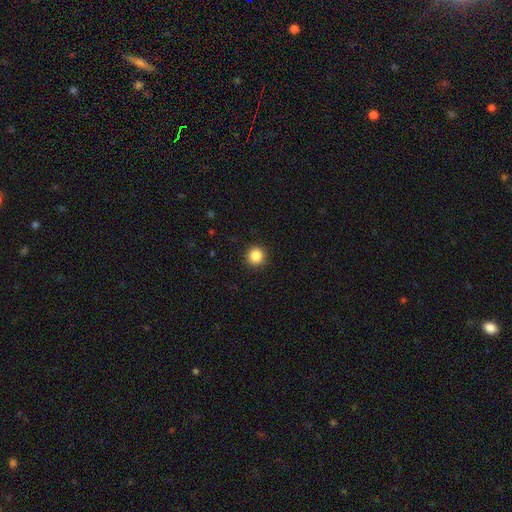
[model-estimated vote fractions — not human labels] The model was most divided on "smooth or featured": smooth: 87%, star or artifact: 10%, featured or disk: 3%. More confident: how rounded — round (95%); merging — none (92%).